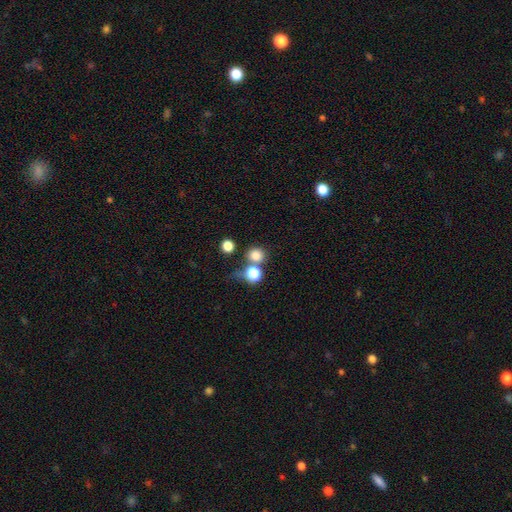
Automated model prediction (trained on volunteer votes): smooth 79%, star or artifact 14%, featured or disk 7%. Down the decision tree: how rounded — round (83%); merging — none (60%).